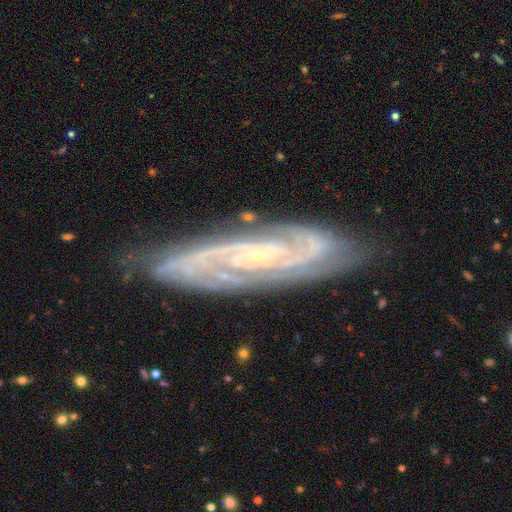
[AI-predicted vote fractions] This appears to be a featured or disk galaxy (87%) with no bar (48%), 2 (48%) tight (55%) spiral arms (97%) and a small central bulge (79%). Merging: none (80%).